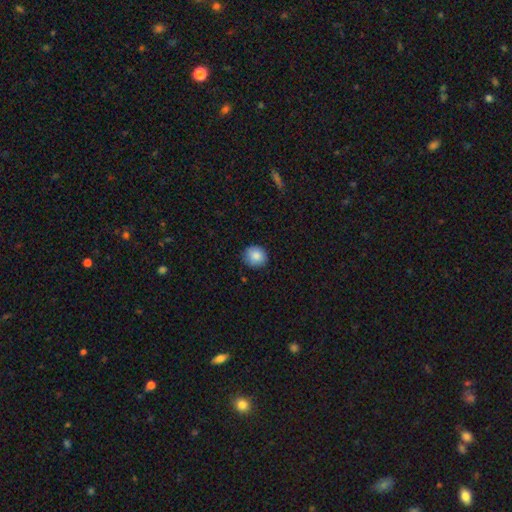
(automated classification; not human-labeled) The model was most divided on "how rounded": round: 86%, in between: 13%, cigar-shaped: 1%. More confident: smooth or featured — smooth (87%); merging — none (86%).